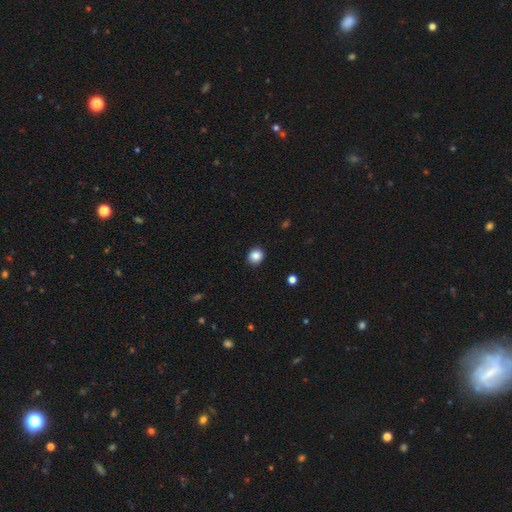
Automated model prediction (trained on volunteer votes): This appears to be a smooth galaxy with no disk features (87%) that is round (79%). Merging: none (91%).